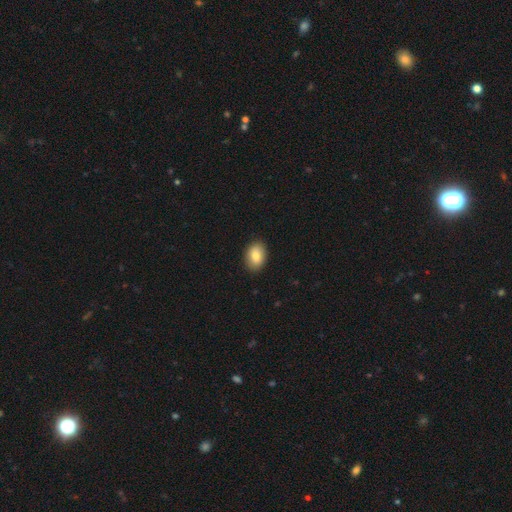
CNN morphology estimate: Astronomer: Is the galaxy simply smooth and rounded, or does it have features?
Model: smooth — 83%.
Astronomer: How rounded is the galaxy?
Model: in between — 83%.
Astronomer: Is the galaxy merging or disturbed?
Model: none — 90%.